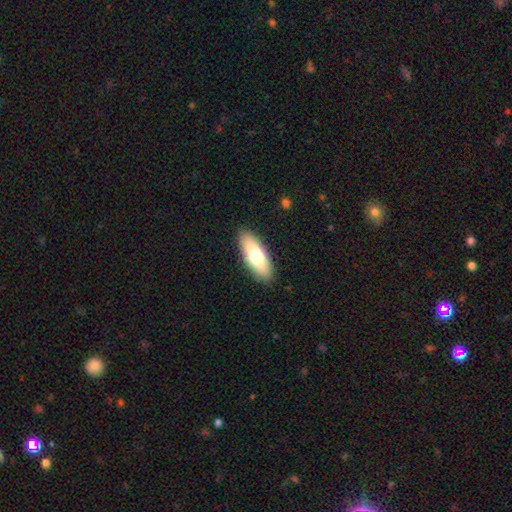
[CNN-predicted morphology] A smooth galaxy with no disk features (68%) that is in between round and cigar-shaped (72%).

Vote fractions:
- Smooth or featured? smooth: 68% / featured or disk: 25% / star or artifact: 6%
- How rounded? in between: 72% / cigar-shaped: 25% / round: 3%
- Merging? none: 89% / minor disturbance: 8% / major disturbance: 2% / merger: 1%